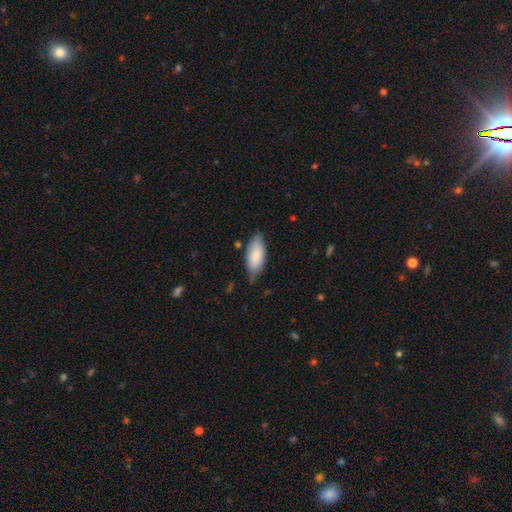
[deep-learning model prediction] Q: Smooth or featured?
A: smooth (84%); runner-up: featured or disk (11%)
Q: How rounded?
A: in between (88%); runner-up: cigar-shaped (10%)
Q: Merging?
A: none (72%); runner-up: minor disturbance (22%)